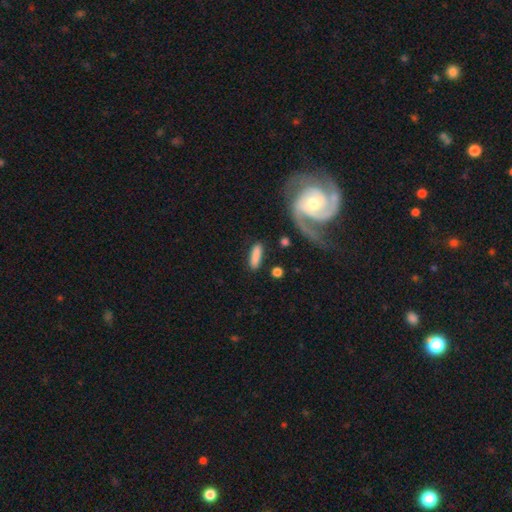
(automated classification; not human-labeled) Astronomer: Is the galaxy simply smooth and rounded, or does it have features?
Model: smooth — 82%.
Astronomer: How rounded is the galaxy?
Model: cigar-shaped — 65%.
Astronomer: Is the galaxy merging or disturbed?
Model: none — 78%.